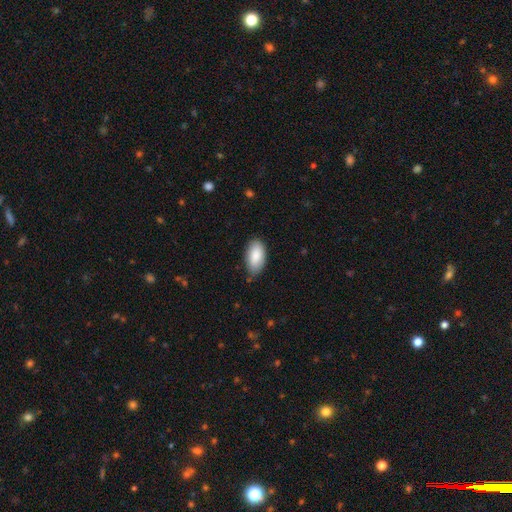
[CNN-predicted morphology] smooth 87%, featured or disk 7%, star or artifact 6%. Down the decision tree: how rounded — in between (95%); merging — none (77%).